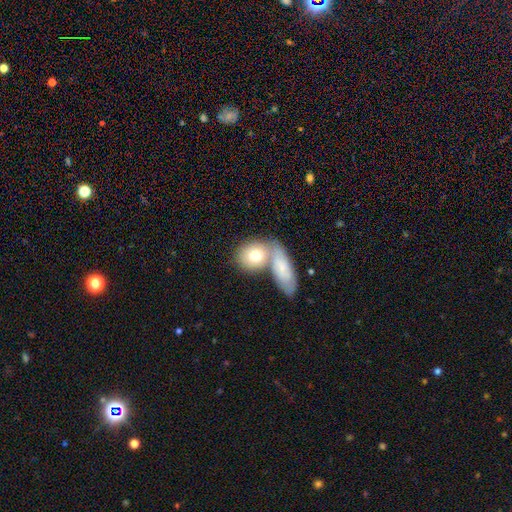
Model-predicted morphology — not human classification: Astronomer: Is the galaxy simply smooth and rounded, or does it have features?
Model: smooth — 73%.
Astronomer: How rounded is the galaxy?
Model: round — 53% (runner-up: in between, 42%).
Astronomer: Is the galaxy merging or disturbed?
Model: merger — 45% (runner-up: none, 41%).